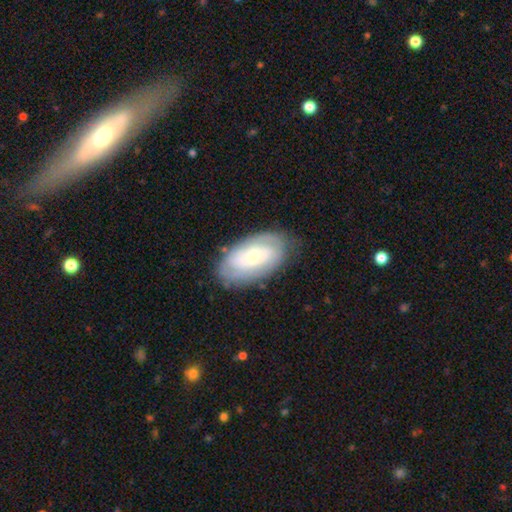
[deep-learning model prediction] A featured or disk galaxy (61%) with no bar (63%), spiral arms (76%) and a small central bulge (51%).

Vote fractions:
- Smooth or featured? featured or disk: 61% / smooth: 32% / star or artifact: 6%
- Edge-on disk? no: 94% / yes: 6%
- Bar? no: 63% / weak: 29% / strong: 9%
- Spiral arms? yes: 76% / no: 24%
- Bulge size? small: 51% / moderate: 42% / large: 4% / none: 2% / dominant: 1%
- Merging? none: 78% / minor disturbance: 16% / major disturbance: 5% / merger: 1%